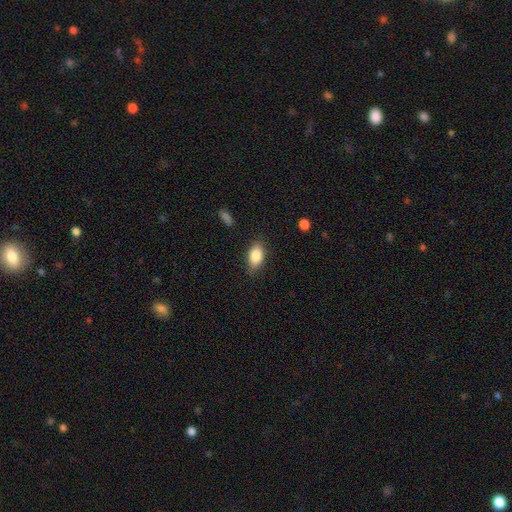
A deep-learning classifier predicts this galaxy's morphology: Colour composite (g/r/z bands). It shows a smooth galaxy with no disk features (85%) that is in between round and cigar-shaped (89%). Merging: none (81%).